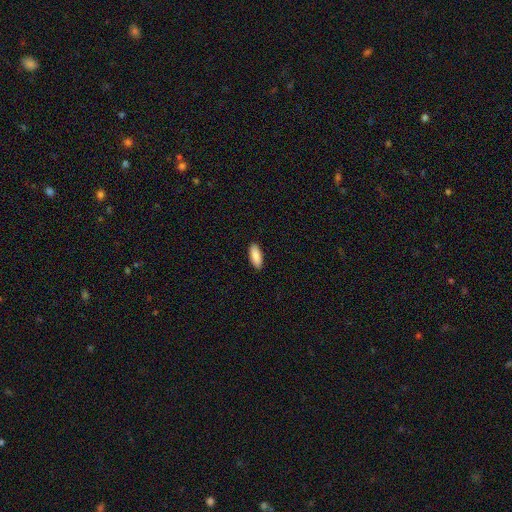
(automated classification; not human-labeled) The model was most divided on "how rounded": in between: 77%, cigar-shaped: 22%, round: 2%. More confident: merging — none (90%); smooth or featured — smooth (88%).